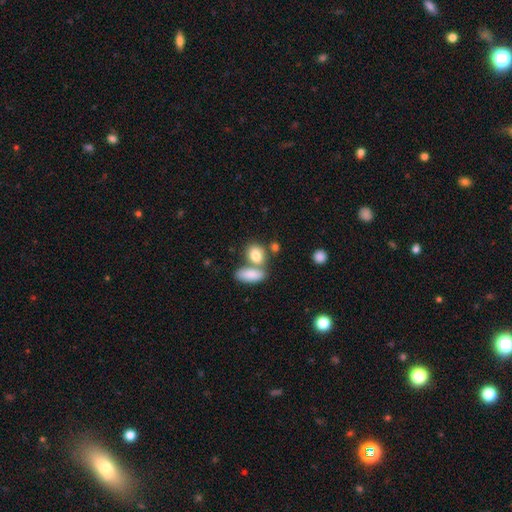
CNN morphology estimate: Q: Smooth or featured?
A: smooth (83%); runner-up: featured or disk (10%)
Q: How rounded?
A: in between (75%); runner-up: round (21%)
Q: Merging?
A: none (45%); runner-up: merger (40%)